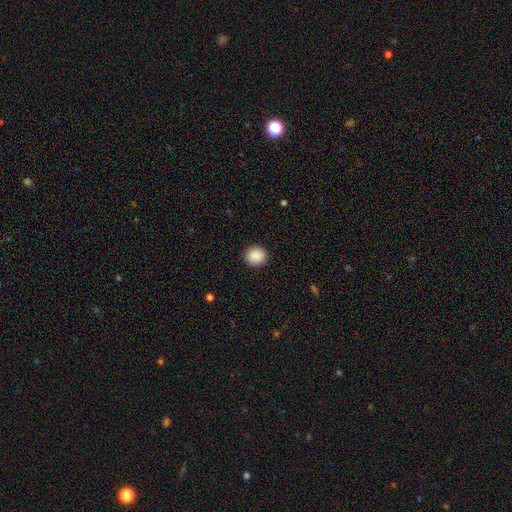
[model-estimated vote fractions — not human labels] A smooth galaxy with no disk features (90%) that is round (84%).

Vote fractions:
- Smooth or featured? smooth: 90% / star or artifact: 8% / featured or disk: 3%
- How rounded? round: 84% / in between: 15% / cigar-shaped: 1%
- Merging? none: 91% / minor disturbance: 6% / major disturbance: 2% / merger: 1%